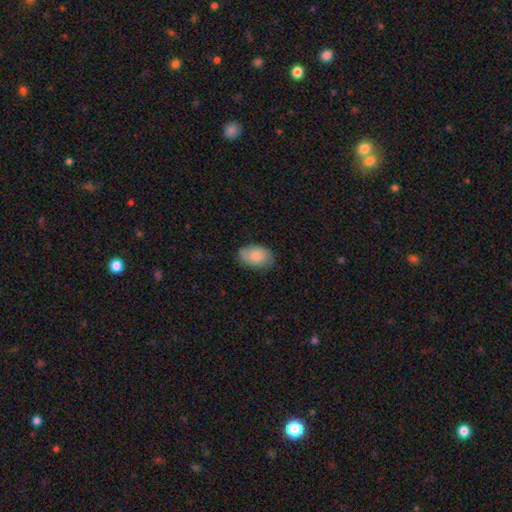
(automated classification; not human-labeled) This is clearly a smooth galaxy (83%). How rounded: clearly in between (88%). Merging: likely none (74%).